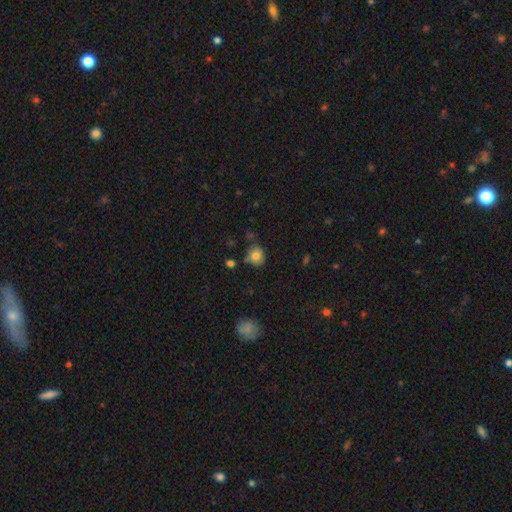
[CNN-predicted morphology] This appears to be a smooth galaxy with no disk features (79%) that is round (76%). Merging: none (64%).